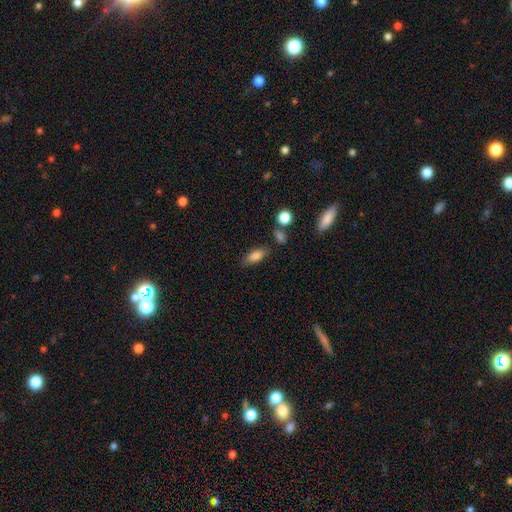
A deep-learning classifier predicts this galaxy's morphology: Smooth or featured: smooth — 82% (featured or disk — 10%)
How rounded: in between — 82% (cigar-shaped — 14%)
Merging: none — 73% (minor disturbance — 17%)